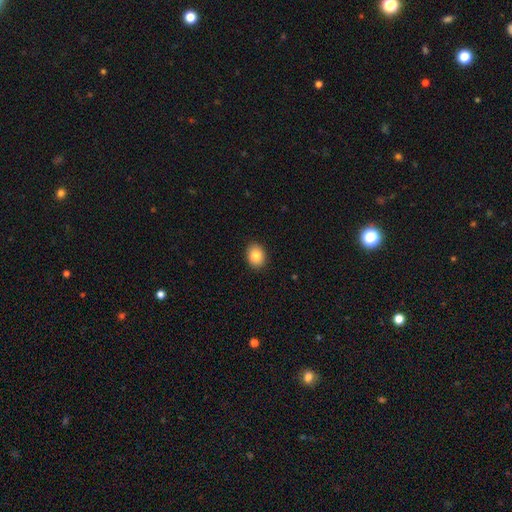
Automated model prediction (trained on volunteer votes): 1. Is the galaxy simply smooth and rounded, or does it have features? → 86% smooth, 8% star or artifact, 5% featured or disk.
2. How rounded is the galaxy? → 58% in between, 41% round, 1% cigar-shaped.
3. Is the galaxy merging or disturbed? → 90% none, 7% minor disturbance, 2% major disturbance, 1% merger.